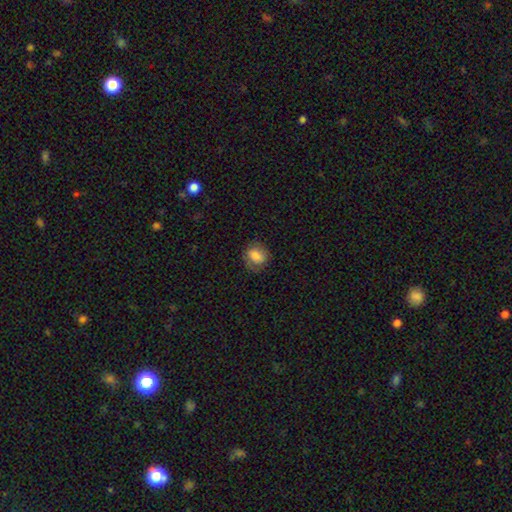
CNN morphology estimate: type=smooth (72%); roundness=round (50%); merging=none (74%).